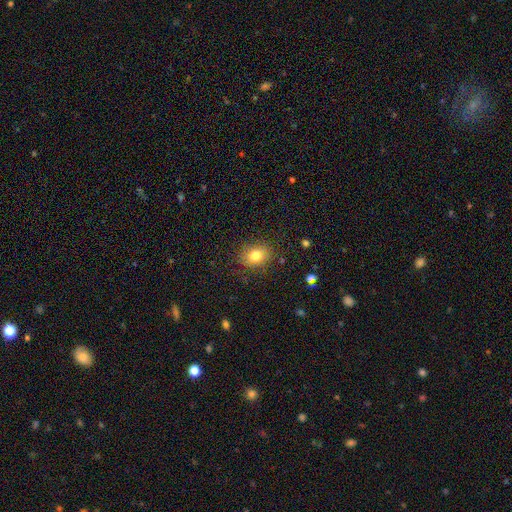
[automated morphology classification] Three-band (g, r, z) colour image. It shows a smooth galaxy with no disk features (79%) that is in between round and cigar-shaped (57%). Merging: none (85%).